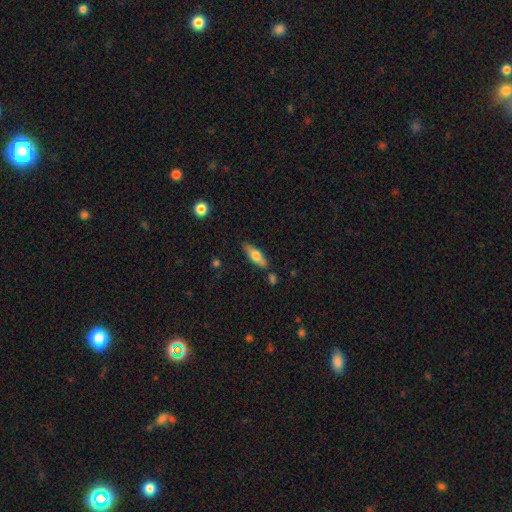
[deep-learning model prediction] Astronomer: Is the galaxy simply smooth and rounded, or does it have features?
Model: smooth — 55% (runner-up: featured or disk, 39%).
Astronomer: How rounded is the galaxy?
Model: cigar-shaped — 50% (runner-up: in between, 47%).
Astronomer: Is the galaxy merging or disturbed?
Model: none — 79%.